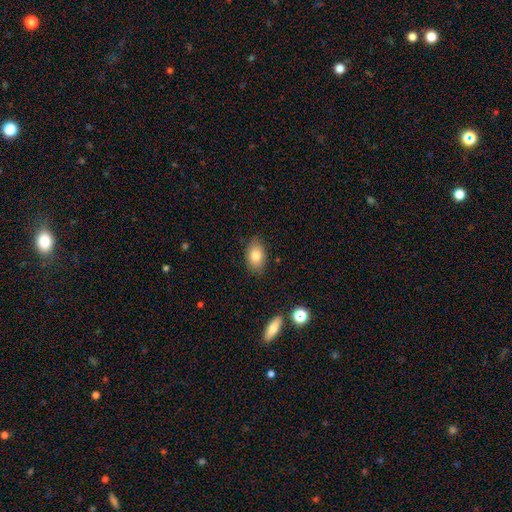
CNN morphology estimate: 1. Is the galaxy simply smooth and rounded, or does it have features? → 80% smooth, 12% featured or disk, 8% star or artifact.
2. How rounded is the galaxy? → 87% in between, 12% round, 2% cigar-shaped.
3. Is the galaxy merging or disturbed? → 84% none, 12% minor disturbance, 3% major disturbance, 1% merger.